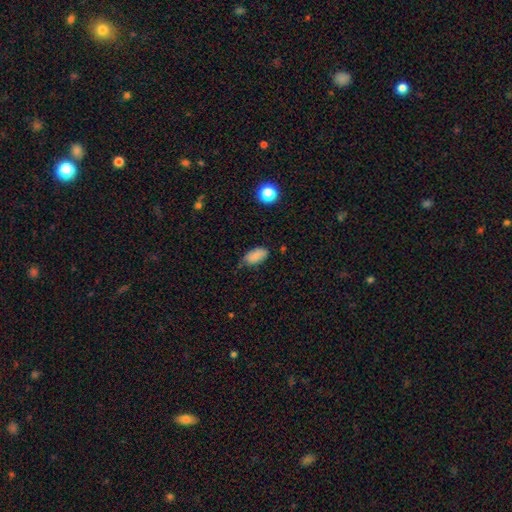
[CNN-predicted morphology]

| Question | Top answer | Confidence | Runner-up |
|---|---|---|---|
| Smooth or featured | smooth | 86% | star or artifact (9%) |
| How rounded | in between | 92% | cigar-shaped (4%) |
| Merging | none | 69% | minor disturbance (25%) |